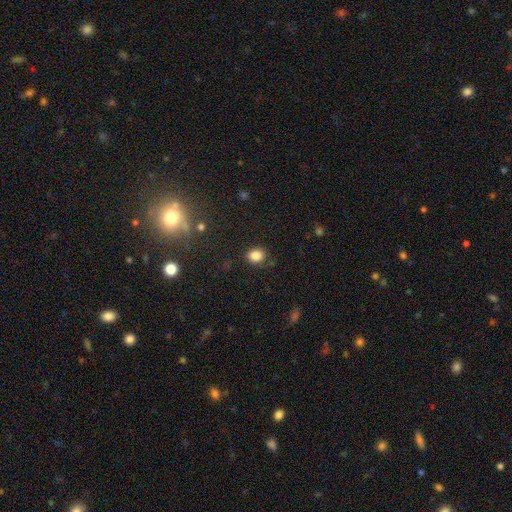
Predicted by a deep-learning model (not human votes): Overall: smooth (84%). How rounded: round (63%; in between 36%). Merging: none (84%).